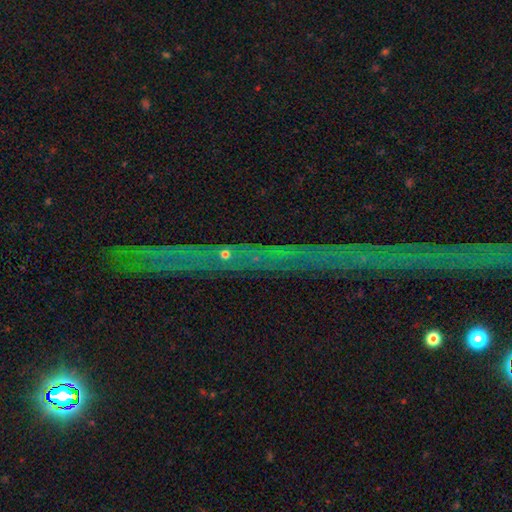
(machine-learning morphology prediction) A star or artifact, not a galaxy (72%).